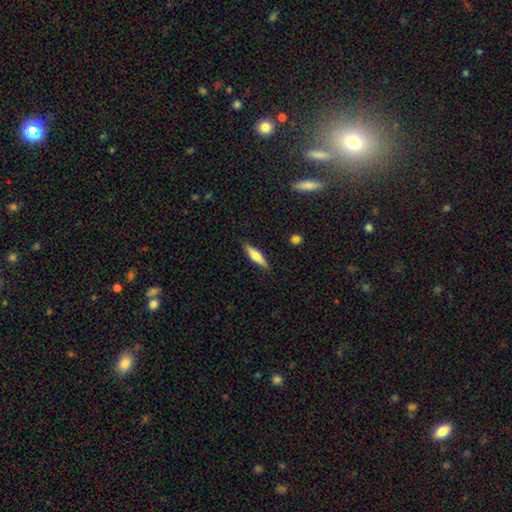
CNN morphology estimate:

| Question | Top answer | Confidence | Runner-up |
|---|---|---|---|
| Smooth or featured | smooth | 51% | featured or disk (43%) |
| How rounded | cigar-shaped | 75% | in between (23%) |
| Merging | none | 89% | minor disturbance (8%) |